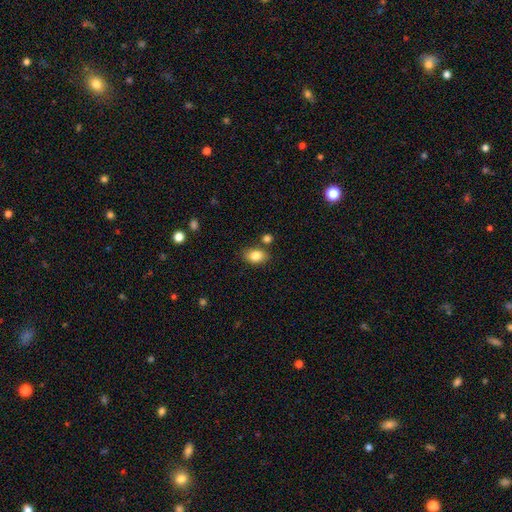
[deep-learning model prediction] The model was most divided on "how rounded": in between: 78%, round: 20%, cigar-shaped: 1%. More confident: smooth or featured — smooth (83%); merging — none (77%).